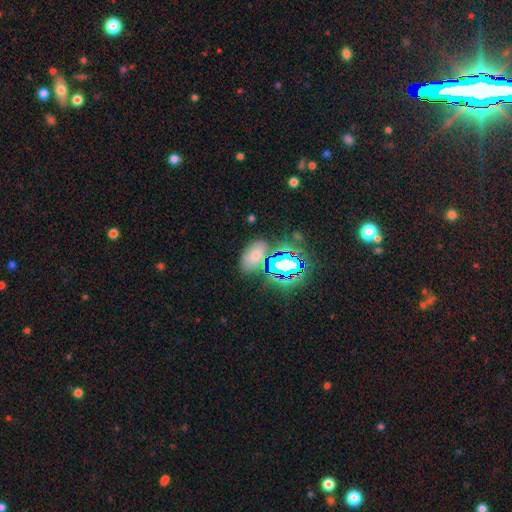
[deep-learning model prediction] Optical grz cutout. It shows a smooth galaxy with no disk features (56%) that is in between round and cigar-shaped (87%). Merging: none (73%).